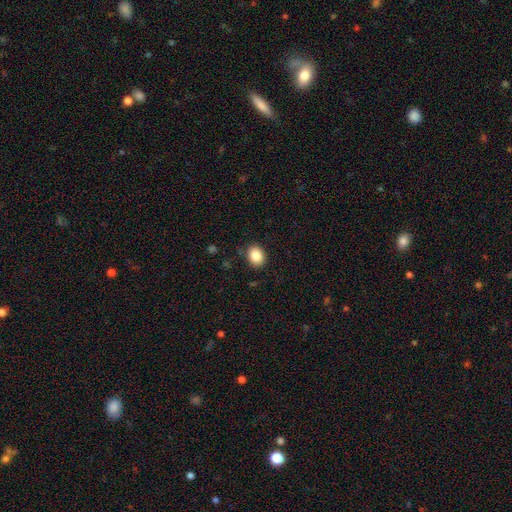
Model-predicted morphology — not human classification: A smooth galaxy with no disk features (86%) that is in between round and cigar-shaped (53%).

Vote fractions:
- Smooth or featured? smooth: 86% / star or artifact: 9% / featured or disk: 5%
- How rounded? in between: 53% / round: 47% / cigar-shaped: 1%
- Merging? none: 88% / minor disturbance: 9% / major disturbance: 2% / merger: 1%